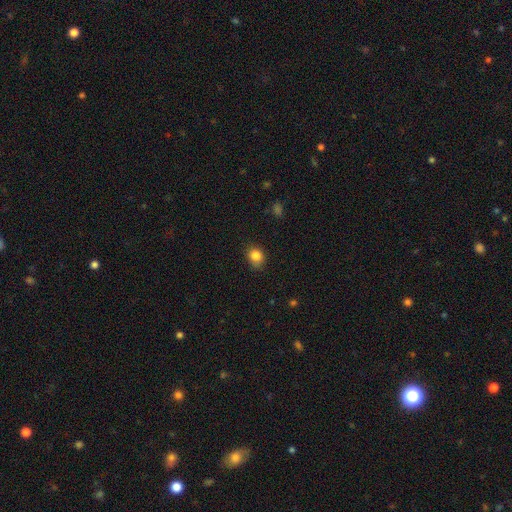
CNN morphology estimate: Smooth or featured?
  - smooth: 85% *
  - star or artifact: 10%
  - featured or disk: 5%
How rounded?
  - round: 59% *
  - in between: 40%
  - cigar-shaped: 1%
Merging?
  - none: 77% *
  - minor disturbance: 18%
  - major disturbance: 3%
  - merger: 1%